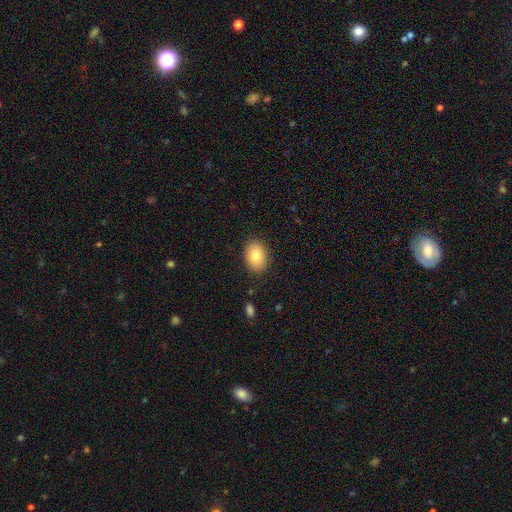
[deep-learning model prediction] smooth 82%, featured or disk 10%, star or artifact 8%. Down the decision tree: how rounded — in between (79%); merging — none (87%).